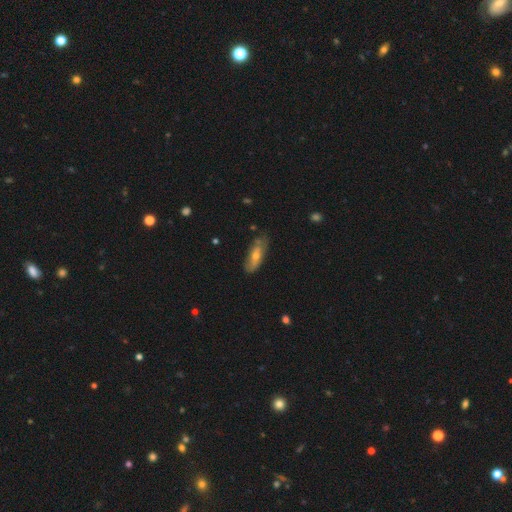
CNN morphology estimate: type=featured or disk (50%); edge-on=no (70%); merging=none (67%).